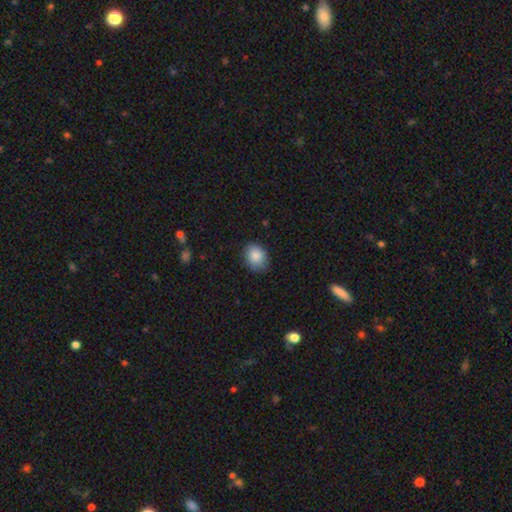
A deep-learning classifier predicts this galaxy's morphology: Smooth or featured?
  - smooth: 87% *
  - star or artifact: 8%
  - featured or disk: 6%
How rounded?
  - in between: 51% *
  - round: 48%
  - cigar-shaped: 1%
Merging?
  - none: 78% *
  - minor disturbance: 18%
  - major disturbance: 3%
  - merger: 1%